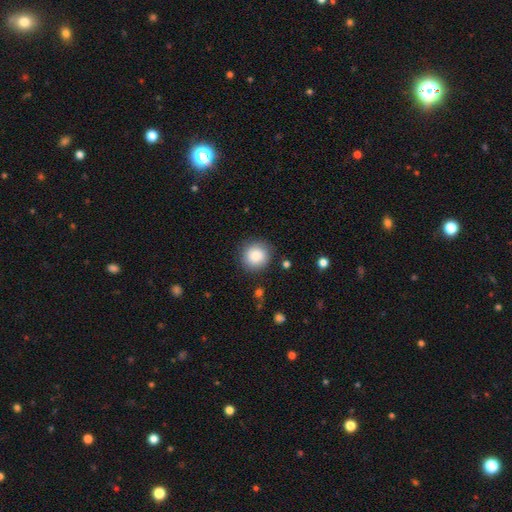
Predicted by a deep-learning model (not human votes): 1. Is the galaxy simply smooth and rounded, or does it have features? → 87% smooth, 8% star or artifact, 5% featured or disk.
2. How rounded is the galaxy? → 92% round, 7% in between, 1% cigar-shaped.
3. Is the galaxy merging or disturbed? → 86% none, 9% minor disturbance, 3% major disturbance, 2% merger.